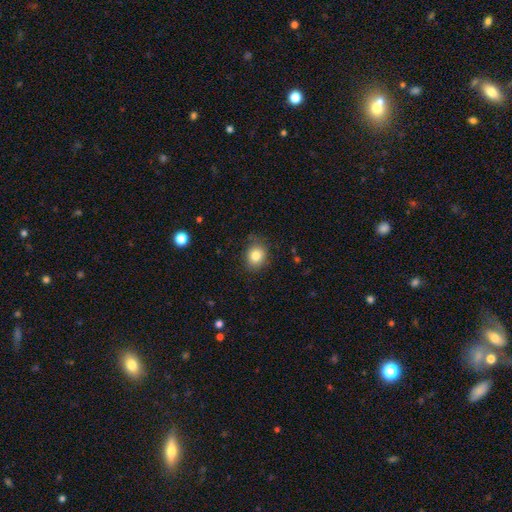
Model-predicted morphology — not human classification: A smooth galaxy with no disk features (83%) that is round (60%). Merging: none (79%).